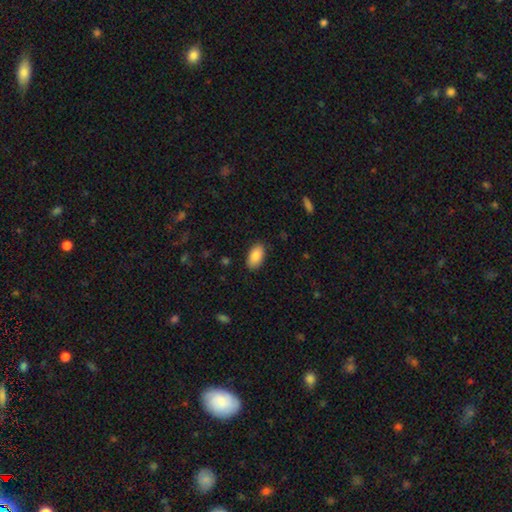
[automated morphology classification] smooth 87%, star or artifact 7%, featured or disk 6%. Down the decision tree: how rounded — in between (95%); merging — none (87%).